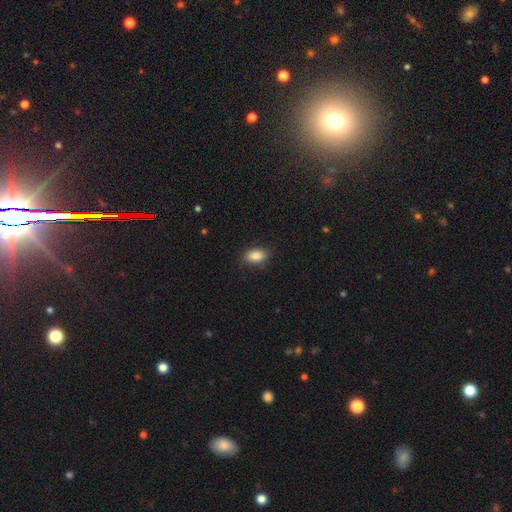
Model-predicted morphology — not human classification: smooth_or_featured: smooth (p=0.88) [alt: star or artifact p=0.08]
how_rounded: in between (p=0.90) [alt: round p=0.07]
merging: none (p=0.85) [alt: minor disturbance p=0.11]